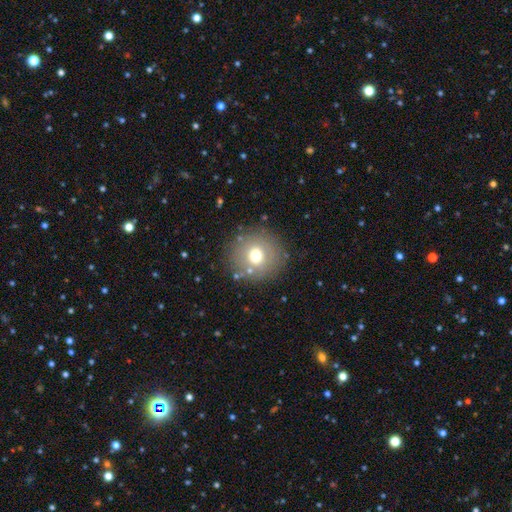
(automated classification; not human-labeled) Smooth or featured: smooth — 68% (featured or disk — 18%)
How rounded: round — 93% (in between — 6%)
Merging: none — 85% (minor disturbance — 8%)